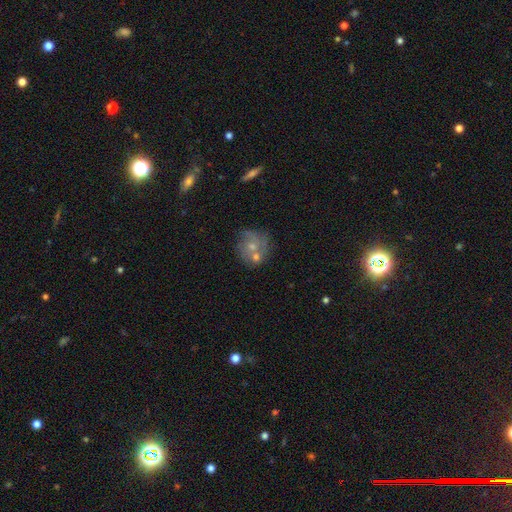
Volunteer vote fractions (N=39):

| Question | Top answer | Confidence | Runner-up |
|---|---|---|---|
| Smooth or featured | featured or disk | 64% | smooth (28%) |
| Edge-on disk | no | 100% | — |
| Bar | no | 64% | weak (32%) |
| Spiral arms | yes | 88% | no (12%) |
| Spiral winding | medium | 50% | tight (36%) |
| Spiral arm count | can't tell | 50% | 3 (18%) |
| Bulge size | moderate | 64% | small (36%) |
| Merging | none | 50% | minor disturbance (25%) |